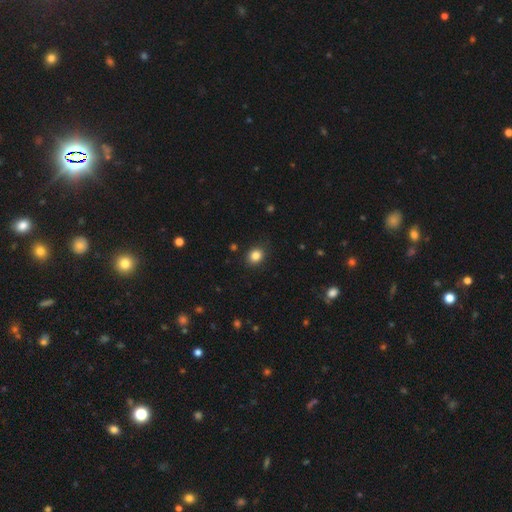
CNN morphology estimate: Smooth or featured: smooth — 84% (star or artifact — 11%)
How rounded: round — 65% (in between — 34%)
Merging: none — 88% (minor disturbance — 8%)